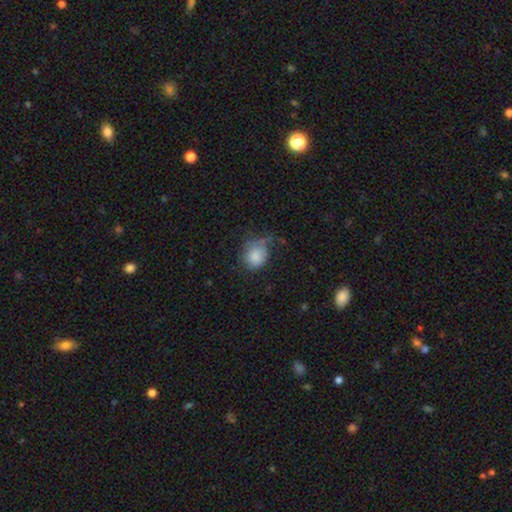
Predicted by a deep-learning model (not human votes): smooth-or-featured: smooth: 79% | featured or disk: 12% | star or artifact: 8%
  how-rounded: round: 64% | in between: 35% | cigar-shaped: 1%
  merging: none: 40% | minor disturbance: 36% | major disturbance: 21% | merger: 3%